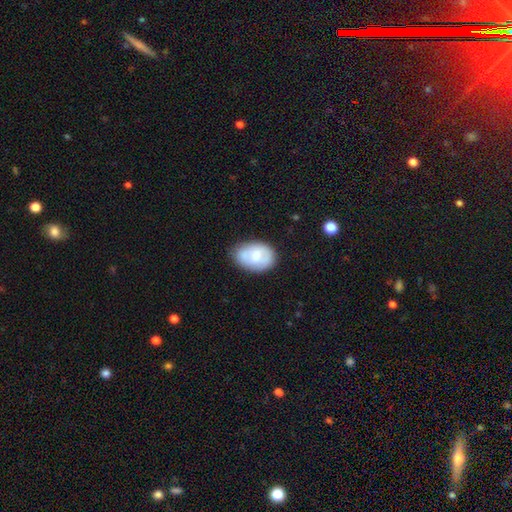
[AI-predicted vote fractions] smooth 64%, featured or disk 30%, star or artifact 6%. Down the decision tree: how rounded — in between (81%); merging — none (68%).